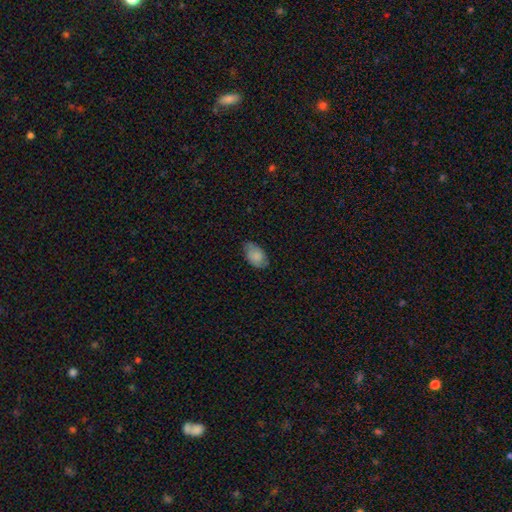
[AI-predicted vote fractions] This appears to be a smooth galaxy with no disk features (81%) that is in between round and cigar-shaped (92%). Merging: none (67%).